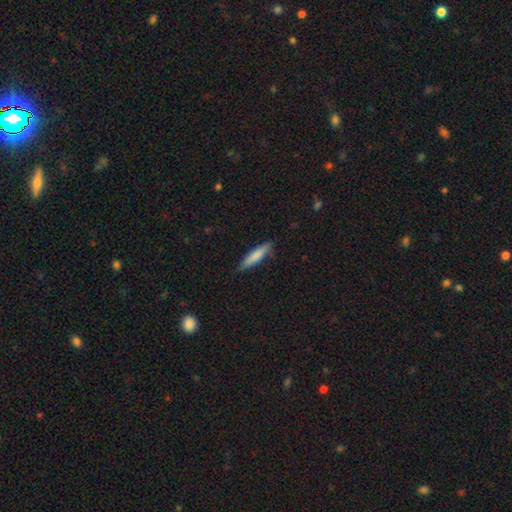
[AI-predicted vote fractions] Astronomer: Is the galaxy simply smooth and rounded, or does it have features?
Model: smooth — 78%.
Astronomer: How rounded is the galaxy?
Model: cigar-shaped — 83%.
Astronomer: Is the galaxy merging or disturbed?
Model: none — 82%.